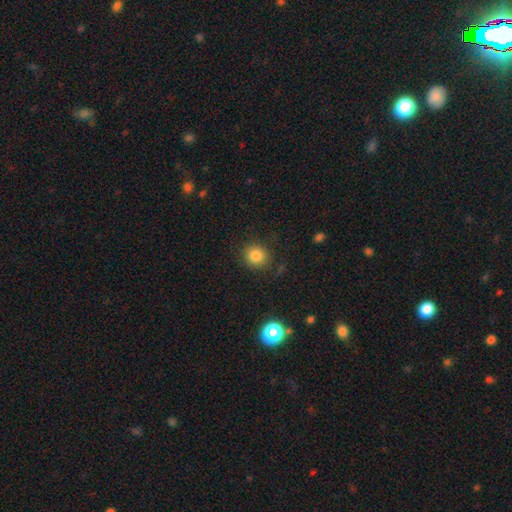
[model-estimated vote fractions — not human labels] Smooth or featured? Predicted: smooth (p=0.83). How rounded? Predicted: round (p=0.84). Merging? Predicted: none (p=0.85).